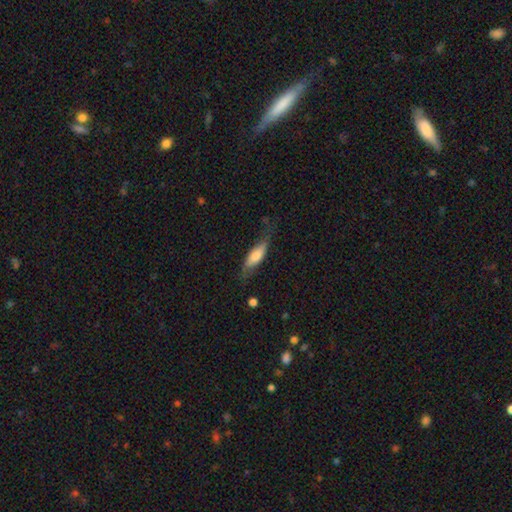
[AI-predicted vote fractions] A smooth galaxy with no disk features (61%) that is in between round and cigar-shaped (51%).

Vote fractions:
- Smooth or featured? smooth: 61% / featured or disk: 32% / star or artifact: 7%
- How rounded? in between: 51% / cigar-shaped: 46% / round: 2%
- Merging? none: 58% / minor disturbance: 28% / major disturbance: 12% / merger: 2%